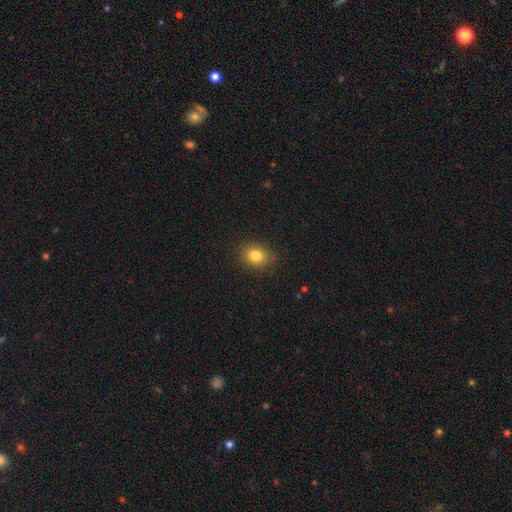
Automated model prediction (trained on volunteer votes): Smooth or featured? Predicted: smooth (p=0.82). How rounded? Predicted: round (p=0.54). Merging? Predicted: none (p=0.86).